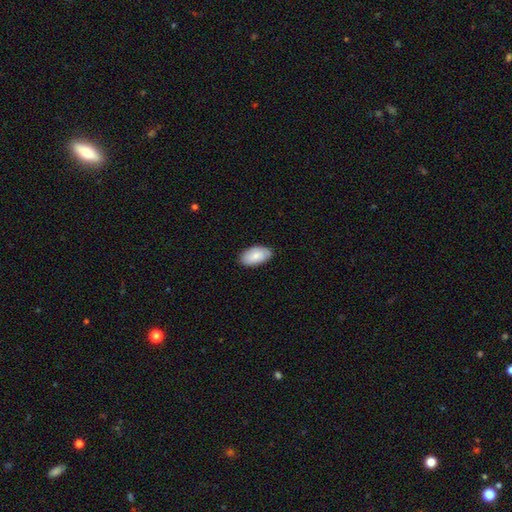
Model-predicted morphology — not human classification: Overall: smooth (80%). How rounded: in between (95%). Merging: none (84%).